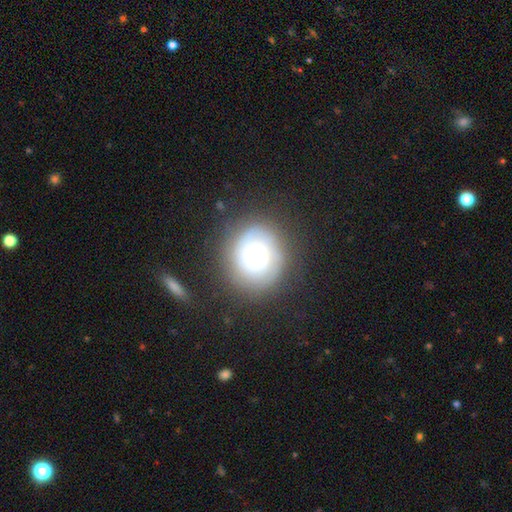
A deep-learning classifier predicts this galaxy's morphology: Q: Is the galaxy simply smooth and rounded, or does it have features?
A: smooth — 61%.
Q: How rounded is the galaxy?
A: round — 86%.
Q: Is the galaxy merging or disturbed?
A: none — 76%.